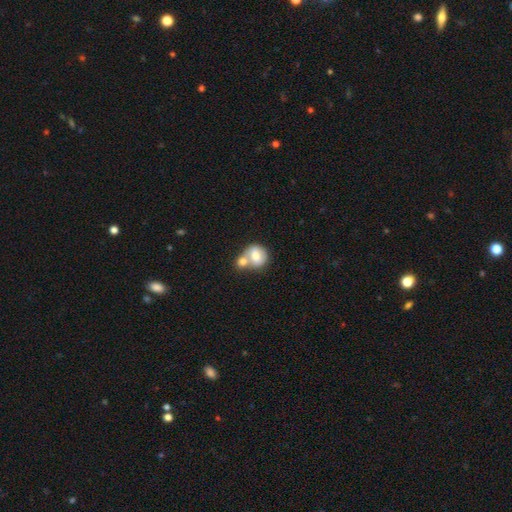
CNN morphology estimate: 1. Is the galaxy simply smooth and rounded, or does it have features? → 68% smooth, 25% featured or disk, 7% star or artifact.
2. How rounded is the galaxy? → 66% round, 33% in between, 1% cigar-shaped.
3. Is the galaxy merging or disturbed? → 60% merger, 26% none, 9% minor disturbance, 4% major disturbance.